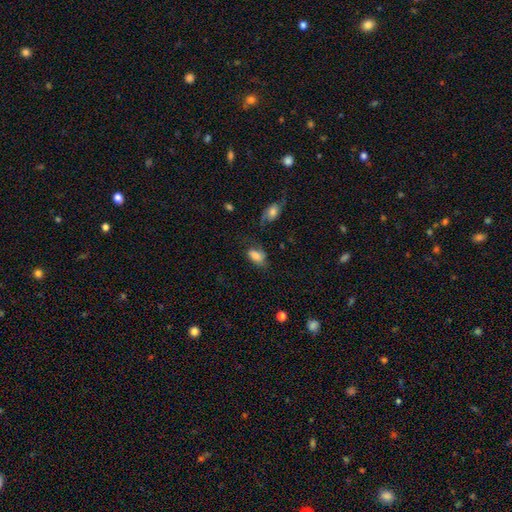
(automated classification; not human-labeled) Morphology: type=smooth (80%); roundness=in between (90%); merging=none (51%).